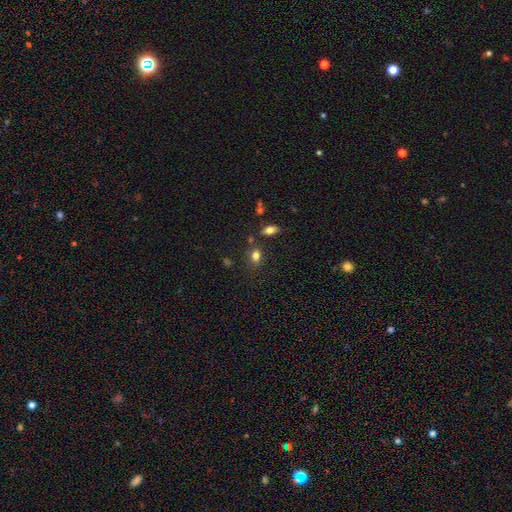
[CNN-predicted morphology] The model was most divided on "how rounded": in between: 69%, round: 29%, cigar-shaped: 2%. More confident: smooth or featured — smooth (79%); merging — none (71%).